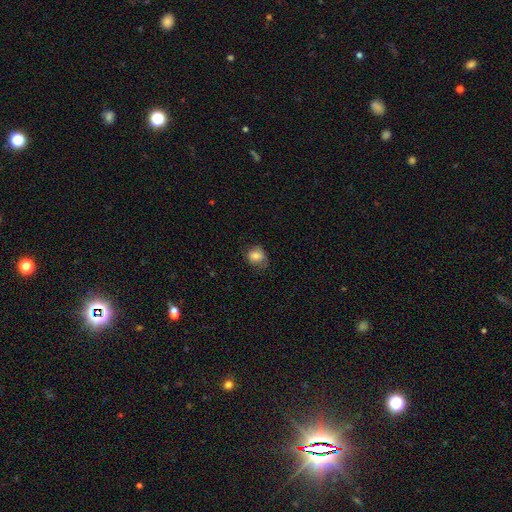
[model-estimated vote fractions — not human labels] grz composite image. It shows a smooth galaxy with no disk features (77%) that is round (66%). Merging: none (67%).